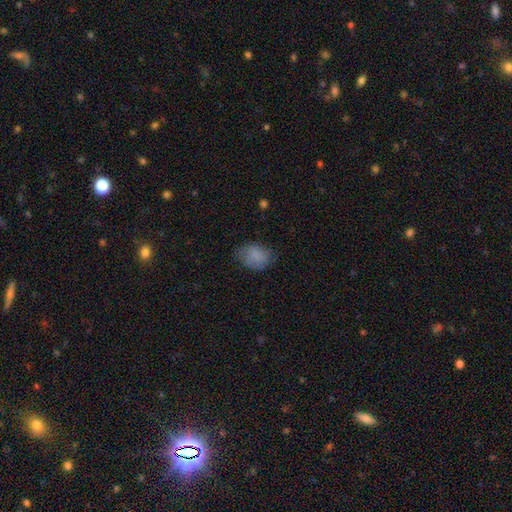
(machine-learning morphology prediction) Overall: smooth (81%). How rounded: in between (66%; round 33%). Merging: none (66%).